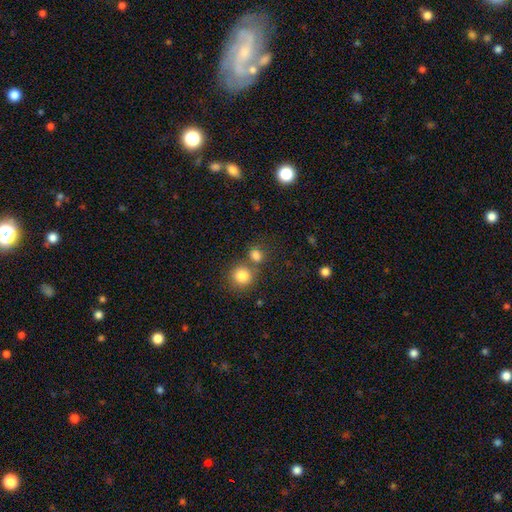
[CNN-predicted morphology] smooth_or_featured: smooth (p=0.77) [alt: star or artifact p=0.17]
how_rounded: round (p=0.80) [alt: in between p=0.19]
merging: none (p=0.61) [alt: merger p=0.27]